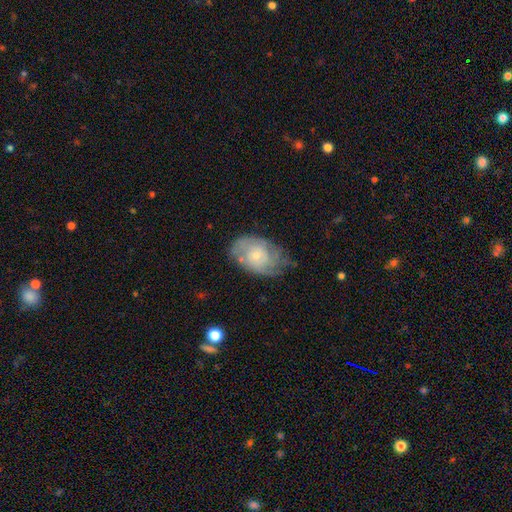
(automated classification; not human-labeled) This is likely a featured or disk galaxy (62%). It is clearly not viewed edge-on (95%). Bar: likely no (79%). Spiral arm pattern: clearly yes (80%). Central bulge: likely small (65%). Merging: possibly none (59%).